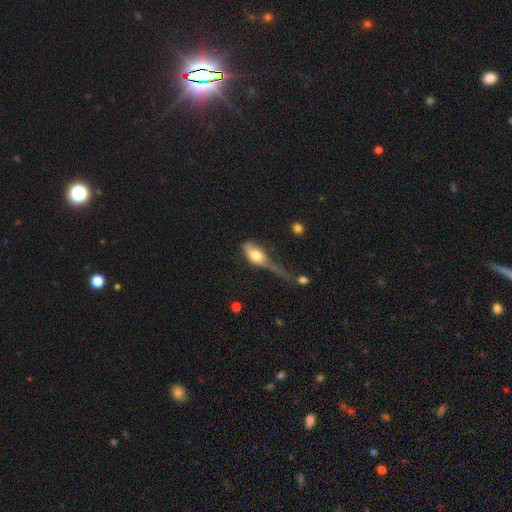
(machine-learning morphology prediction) The model was most divided on "merging": major disturbance: 45%, minor disturbance: 23%, none: 19%, merger: 13%. More confident: how rounded — in between (81%); smooth or featured — smooth (68%).